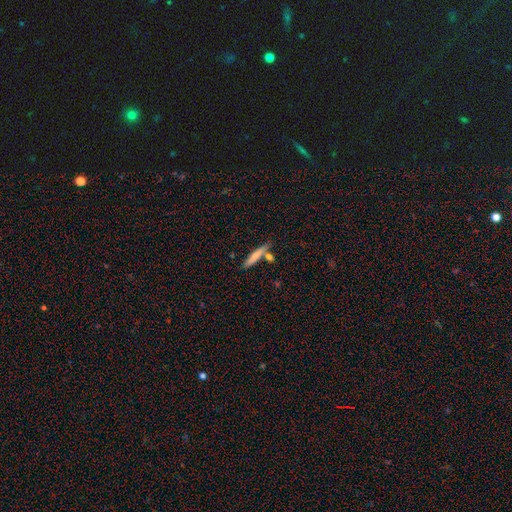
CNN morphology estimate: Smooth or featured? smooth (68%)
How rounded? cigar-shaped (91%)
Merging? none (72%)